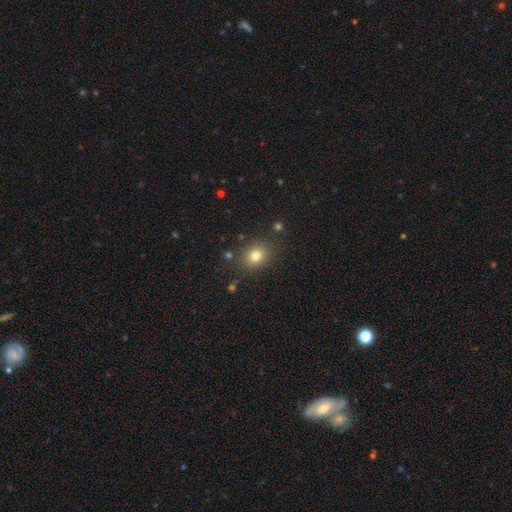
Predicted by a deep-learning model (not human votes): Smooth or featured? Predicted: smooth (p=0.79). How rounded? Predicted: in between (p=0.53). Merging? Predicted: none (p=0.83).